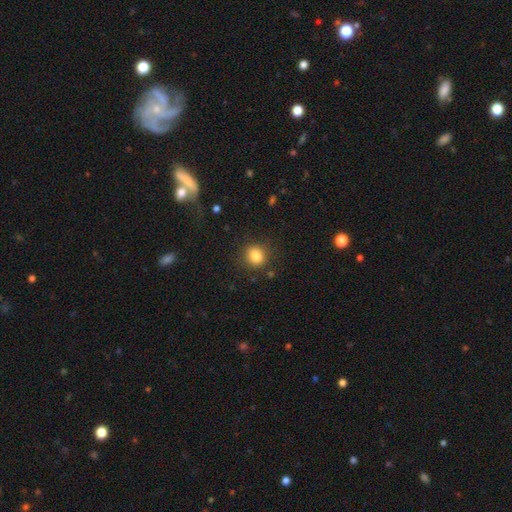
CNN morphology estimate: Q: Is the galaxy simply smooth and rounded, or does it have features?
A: smooth — 83%.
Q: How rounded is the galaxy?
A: round — 79%.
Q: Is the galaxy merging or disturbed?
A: none — 85%.